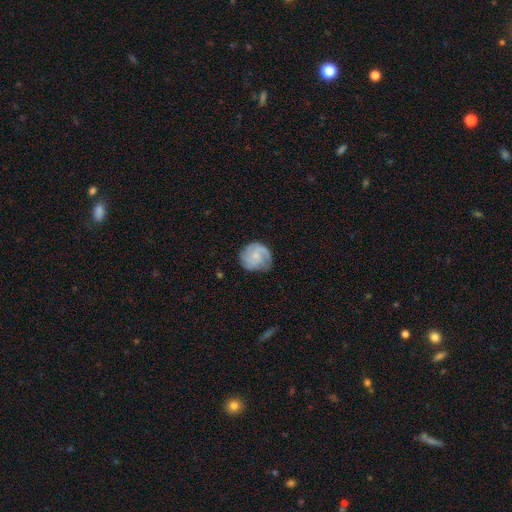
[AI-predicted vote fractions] Smooth or featured? featured or disk (58%)
Edge-on disk? no (98%)
Bar? no (74%)
Spiral arms? yes (89%)
Spiral winding? tight (43%)
Spiral arm count? 2 (29%)
Bulge size? small (68%)
Merging? none (71%)